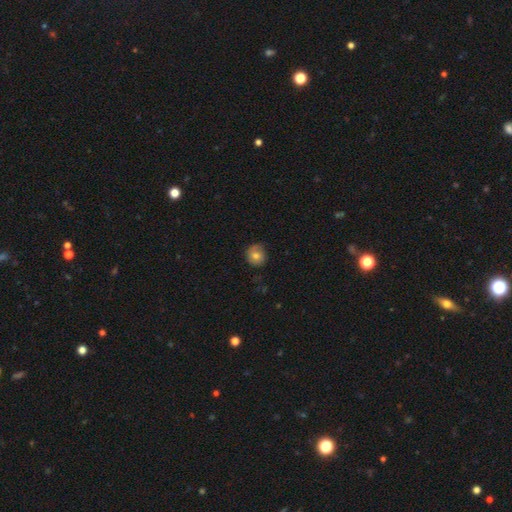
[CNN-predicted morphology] smooth-or-featured: smooth: 74% | featured or disk: 17% | star or artifact: 9%
  how-rounded: round: 88% | in between: 11% | cigar-shaped: 1%
  merging: none: 70% | minor disturbance: 24% | major disturbance: 5% | merger: 1%